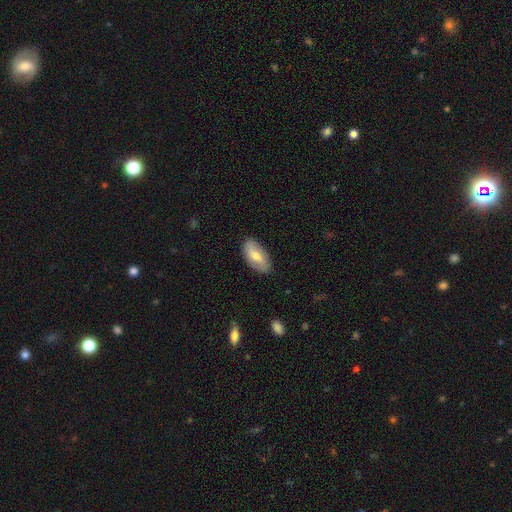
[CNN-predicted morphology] The model was most divided on "smooth or featured": smooth: 60%, featured or disk: 34%, star or artifact: 6%. More confident: how rounded — in between (92%); merging — none (85%).